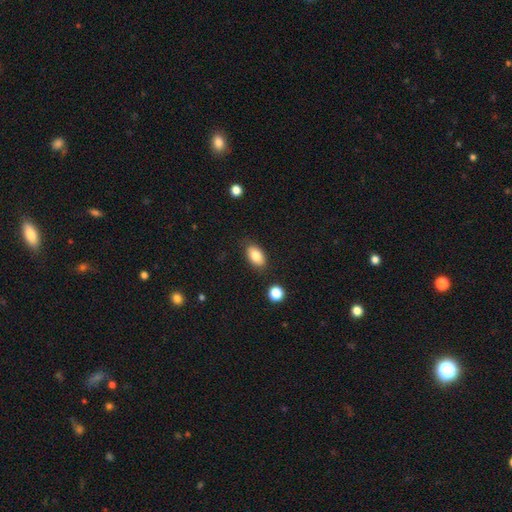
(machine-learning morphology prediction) A smooth galaxy with no disk features (82%) that is in between round and cigar-shaped (91%).

Vote fractions:
- Smooth or featured? smooth: 82% / featured or disk: 10% / star or artifact: 8%
- How rounded? in between: 91% / round: 8% / cigar-shaped: 2%
- Merging? none: 83% / minor disturbance: 11% / major disturbance: 3% / merger: 3%